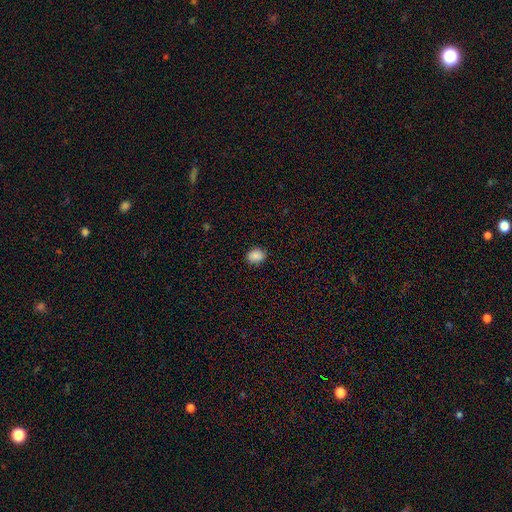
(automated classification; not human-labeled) The model was most divided on "how rounded": in between: 54%, round: 45%, cigar-shaped: 1%. More confident: smooth or featured — smooth (87%); merging — none (85%).